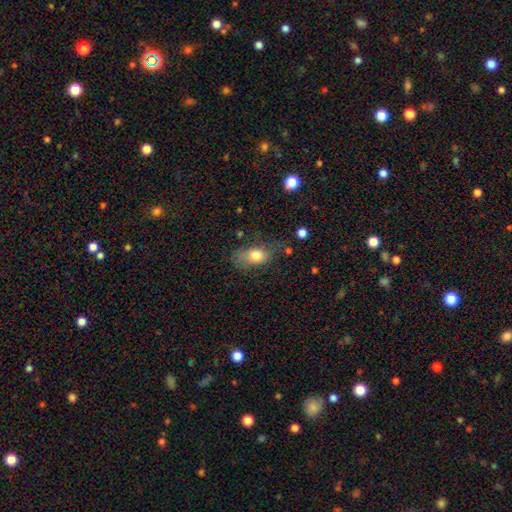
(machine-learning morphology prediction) Smooth or featured? Predicted: smooth (p=0.75). How rounded? Predicted: in between (p=0.80). Merging? Predicted: none (p=0.53).